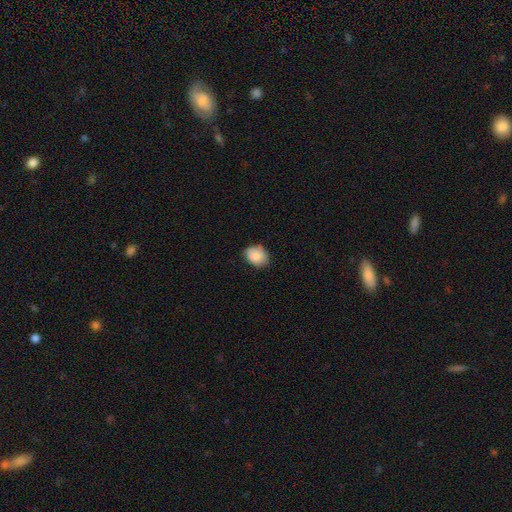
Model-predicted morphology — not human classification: Q: Smooth or featured?
A: smooth (86%); runner-up: star or artifact (7%)
Q: How rounded?
A: in between (53%); runner-up: round (46%)
Q: Merging?
A: none (70%); runner-up: minor disturbance (25%)